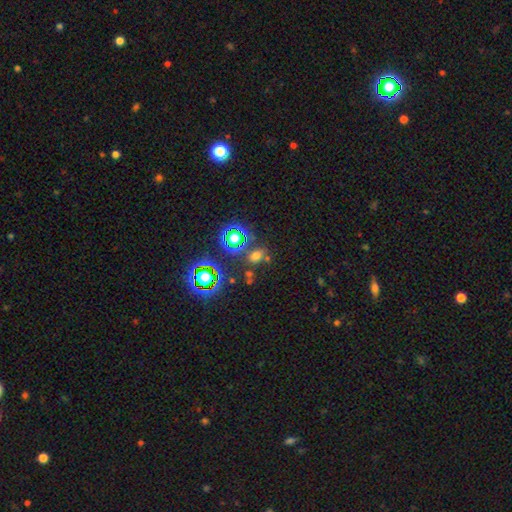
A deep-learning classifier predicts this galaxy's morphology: Smooth or featured? smooth (55%)
How rounded? in between (57%)
Merging? none (73%)